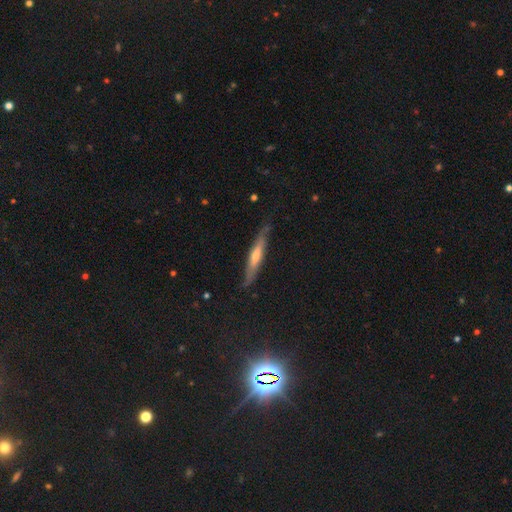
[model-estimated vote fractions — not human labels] The model was most divided on "smooth or featured": featured or disk: 56%, smooth: 37%, star or artifact: 7%. More confident: edge-on disk — yes (86%); merging — none (78%).